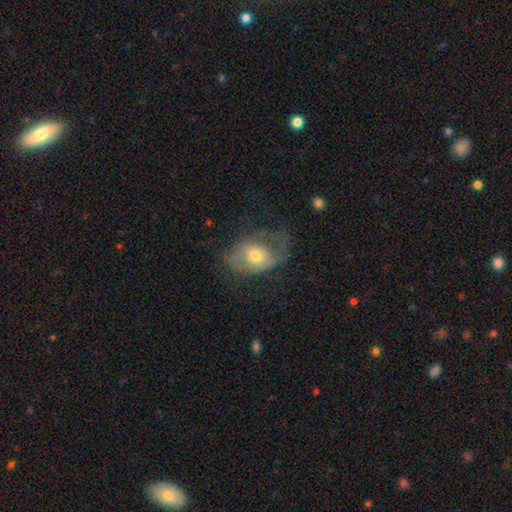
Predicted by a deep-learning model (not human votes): A featured or disk galaxy (52%).

Vote fractions:
- Smooth or featured? featured or disk: 52% / smooth: 41% / star or artifact: 8%
- Edge-on disk? no: 95% / yes: 5%
- Merging? none: 37% / major disturbance: 35% / minor disturbance: 26% / merger: 2%